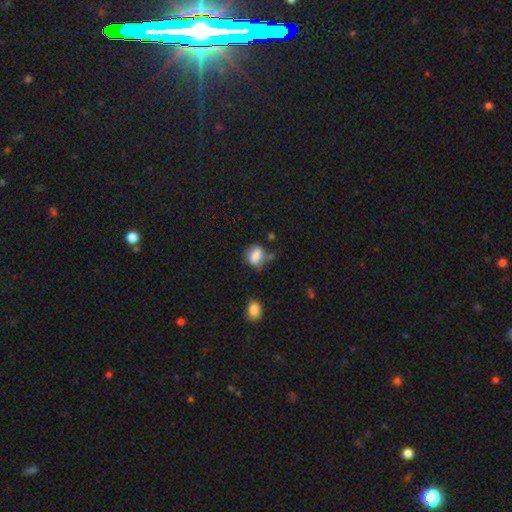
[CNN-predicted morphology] Q: Smooth or featured?
A: smooth (78%); runner-up: featured or disk (12%)
Q: How rounded?
A: in between (58%); runner-up: round (40%)
Q: Merging?
A: none (45%); runner-up: minor disturbance (30%)